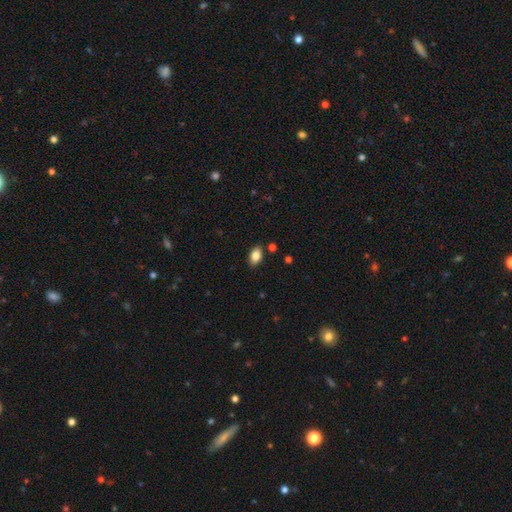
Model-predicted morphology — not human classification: This appears to be a smooth galaxy with no disk features (84%) that is in between round and cigar-shaped (90%). Merging: none (86%).